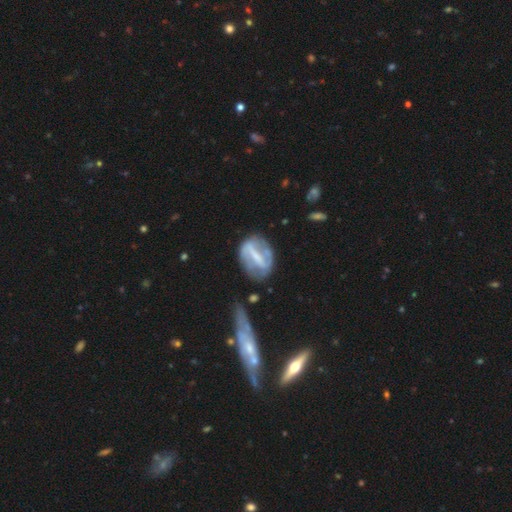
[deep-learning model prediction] Smooth or featured? featured or disk (72%)
Edge-on disk? no (93%)
Bar? strong (69%)
Spiral arms? yes (65%)
Bulge size? small (36%)
Merging? none (57%)